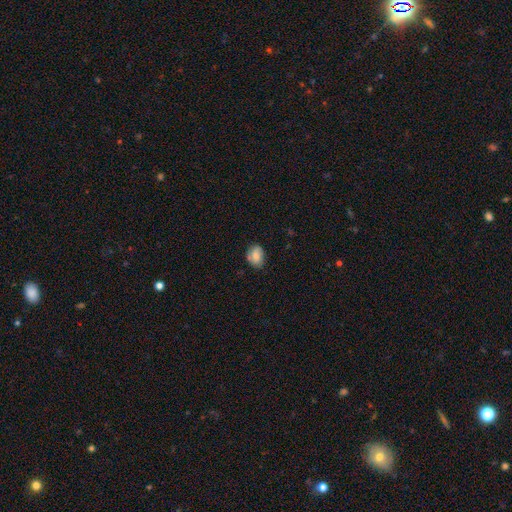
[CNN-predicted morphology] A smooth galaxy with no disk features (78%) that is in between round and cigar-shaped (64%).

Vote fractions:
- Smooth or featured? smooth: 78% / featured or disk: 14% / star or artifact: 8%
- How rounded? in between: 64% / round: 35% / cigar-shaped: 1%
- Merging? none: 74% / minor disturbance: 20% / major disturbance: 4% / merger: 1%